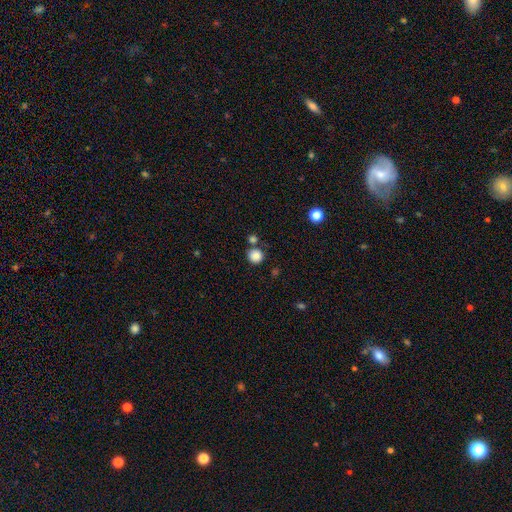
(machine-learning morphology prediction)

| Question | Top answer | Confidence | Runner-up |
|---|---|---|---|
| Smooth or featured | smooth | 86% | star or artifact (10%) |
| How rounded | round | 91% | in between (8%) |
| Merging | none | 72% | merger (15%) |